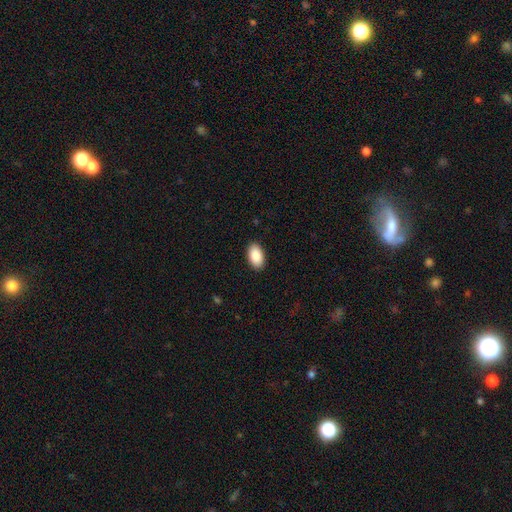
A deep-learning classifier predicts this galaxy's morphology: Smooth or featured? smooth (89%)
How rounded? in between (95%)
Merging? none (90%)